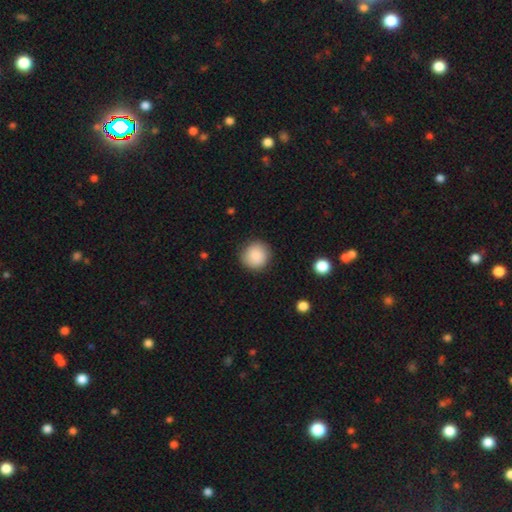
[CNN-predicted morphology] This appears to be a smooth galaxy with no disk features (88%) that is round (93%). Merging: none (88%).